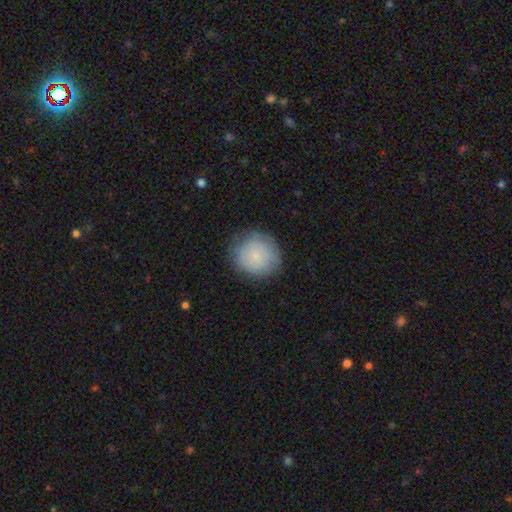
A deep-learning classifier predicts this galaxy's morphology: This is likely a smooth galaxy (79%). How rounded: clearly round (89%). Merging: clearly none (80%).